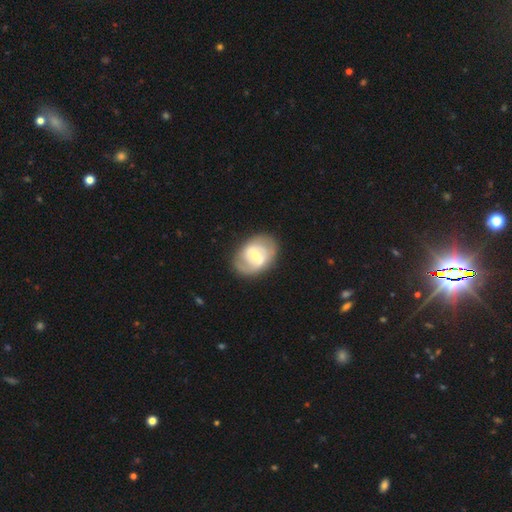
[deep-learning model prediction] smooth-or-featured: featured or disk: 67% | smooth: 28% | star or artifact: 5%
  disk-edge-on: no: 96% | yes: 4%
    bar: weak: 44% | no: 38% | strong: 18%
    has-spiral-arms: yes: 70% | no: 30%
    bulge-size: moderate: 53% | small: 40% | large: 5% | none: 1% | dominant: 1%
  merging: none: 75% | minor disturbance: 17% | major disturbance: 7% | merger: 2%